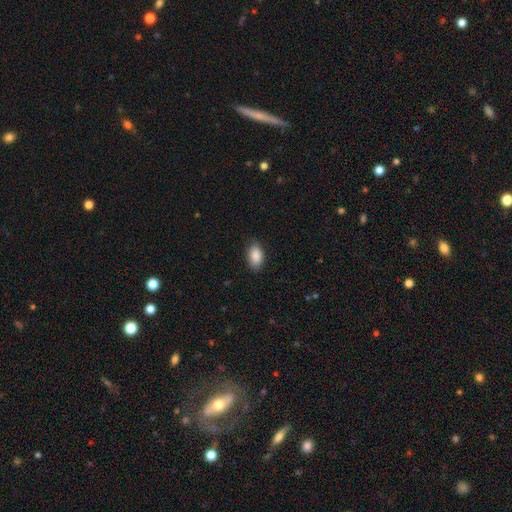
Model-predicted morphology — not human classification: Smooth or featured? smooth (89%)
How rounded? in between (93%)
Merging? none (84%)